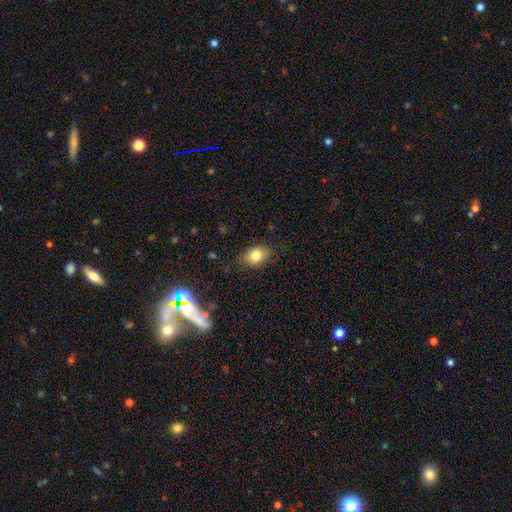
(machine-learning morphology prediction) This appears to be a smooth galaxy with no disk features (79%) that is in between round and cigar-shaped (69%). Merging: none (81%).